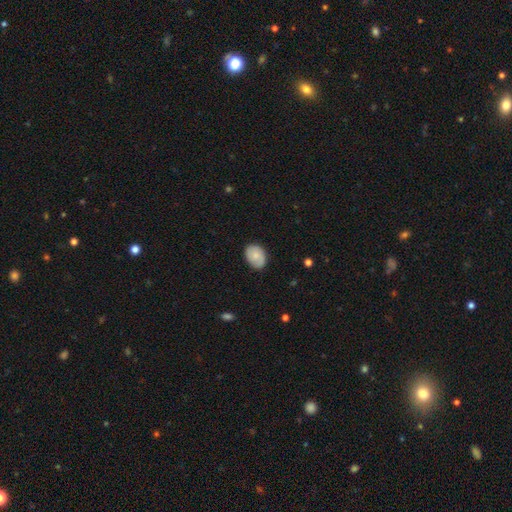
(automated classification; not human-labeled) smooth 74%, featured or disk 19%, star or artifact 7%. Down the decision tree: how rounded — in between (73%); merging — none (79%).